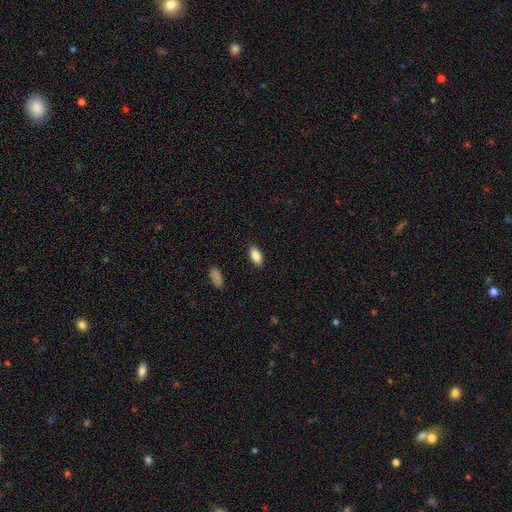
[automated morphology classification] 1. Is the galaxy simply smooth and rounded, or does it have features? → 88% smooth, 7% star or artifact, 5% featured or disk.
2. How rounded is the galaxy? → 91% in between, 7% cigar-shaped, 3% round.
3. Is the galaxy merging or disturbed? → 88% none, 9% minor disturbance, 2% major disturbance, 1% merger.